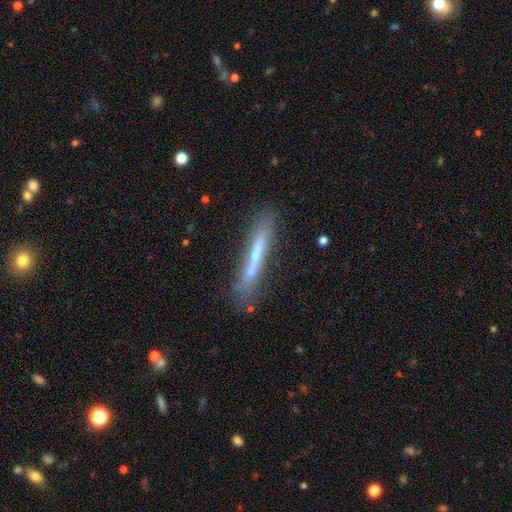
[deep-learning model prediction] smooth_or_featured: smooth (p=0.53) [alt: featured or disk p=0.39]
how_rounded: cigar-shaped (p=0.95) [alt: in between p=0.04]
merging: none (p=0.70) [alt: minor disturbance p=0.19]